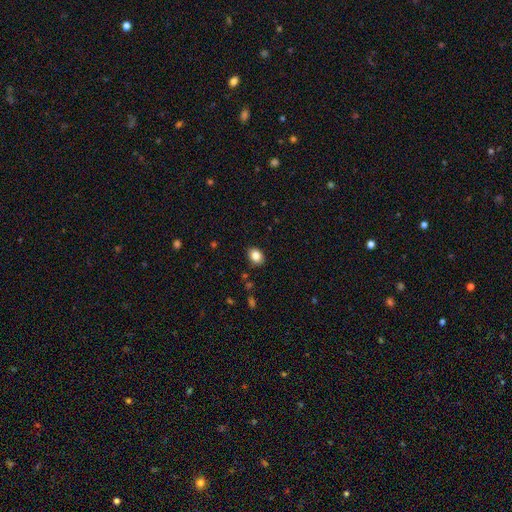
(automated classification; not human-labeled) Q: Smooth or featured?
A: smooth (84%); runner-up: star or artifact (9%)
Q: How rounded?
A: in between (61%); runner-up: round (38%)
Q: Merging?
A: none (87%); runner-up: minor disturbance (9%)